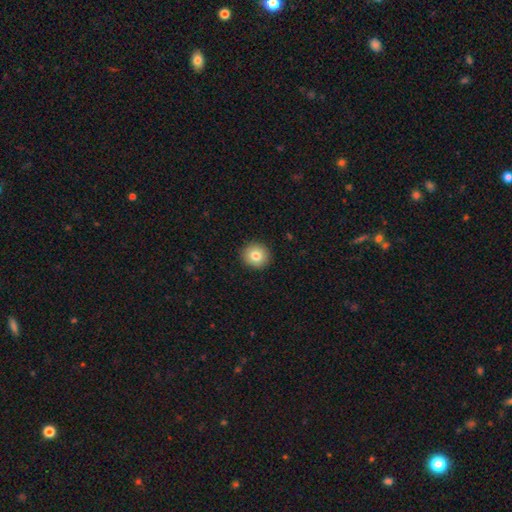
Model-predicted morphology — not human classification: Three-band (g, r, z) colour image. It shows a smooth galaxy with no disk features (81%) that is round (92%). Merging: none (92%).